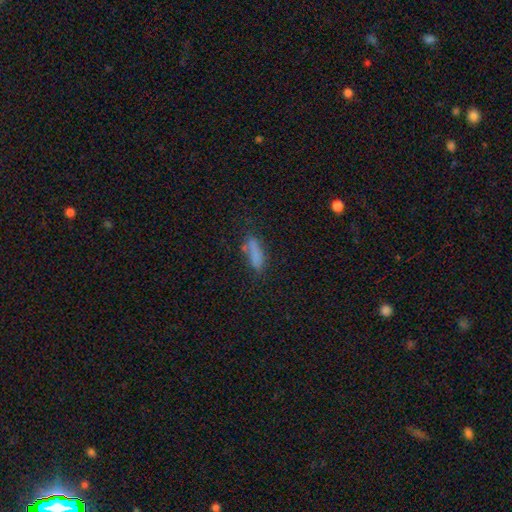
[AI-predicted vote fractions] smooth_or_featured: smooth (p=0.75) [alt: featured or disk p=0.13]
how_rounded: cigar-shaped (p=0.51) [alt: in between p=0.46]
merging: none (p=0.60) [alt: minor disturbance p=0.22]